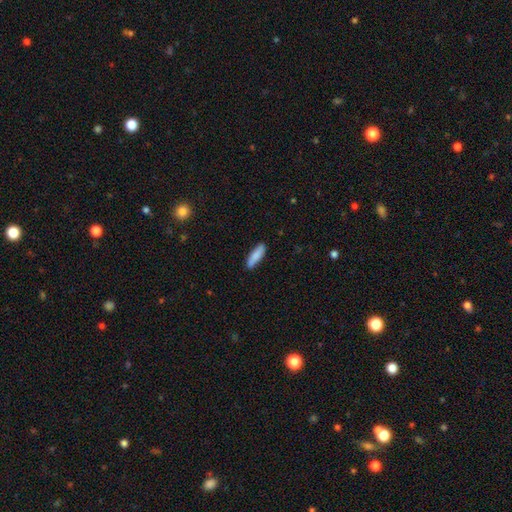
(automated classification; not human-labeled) Smooth or featured? smooth (86%)
How rounded? cigar-shaped (59%)
Merging? none (87%)